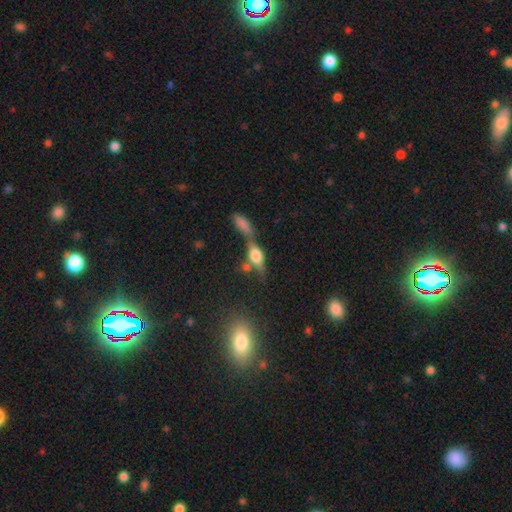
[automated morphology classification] featured or disk 47%, smooth 41%, star or artifact 12%. Down the decision tree: merging — none (45%).